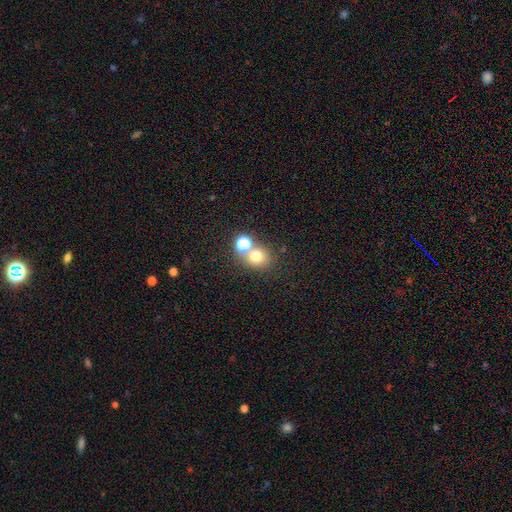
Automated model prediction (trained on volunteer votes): smooth 71%, star or artifact 20%, featured or disk 9%. Down the decision tree: how rounded — round (83%); merging — none (60%).